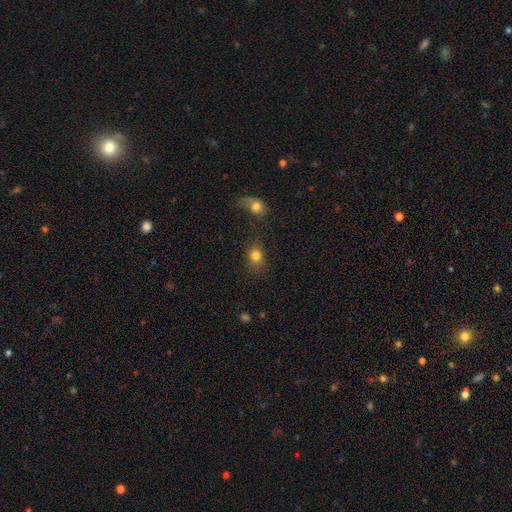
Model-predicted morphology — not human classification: Smooth or featured?
  - smooth: 81% *
  - star or artifact: 11%
  - featured or disk: 8%
How rounded?
  - round: 57% *
  - in between: 41%
  - cigar-shaped: 1%
Merging?
  - none: 60% *
  - merger: 18%
  - minor disturbance: 14%
  - major disturbance: 8%